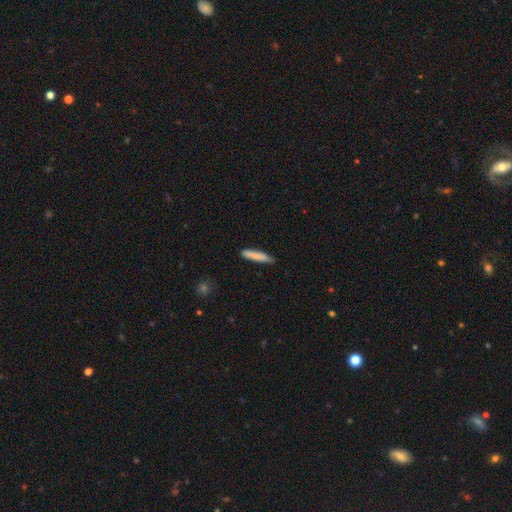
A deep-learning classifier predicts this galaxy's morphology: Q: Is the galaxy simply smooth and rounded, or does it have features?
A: smooth — 83%.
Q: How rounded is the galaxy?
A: cigar-shaped — 91%.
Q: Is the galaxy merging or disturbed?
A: none — 84%.